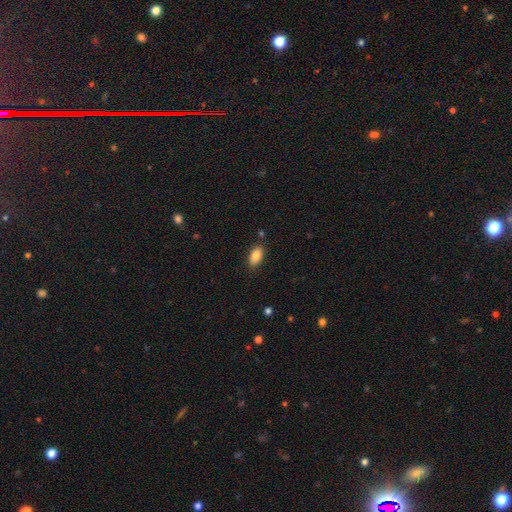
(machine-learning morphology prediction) This appears to be a smooth galaxy with no disk features (86%) that is in between round and cigar-shaped (92%). Merging: none (86%).